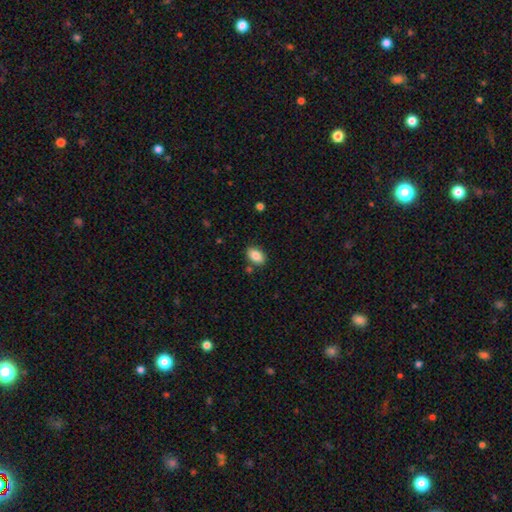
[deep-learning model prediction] This is clearly a smooth galaxy (86%). How rounded: clearly in between (89%). Merging: clearly none (83%).